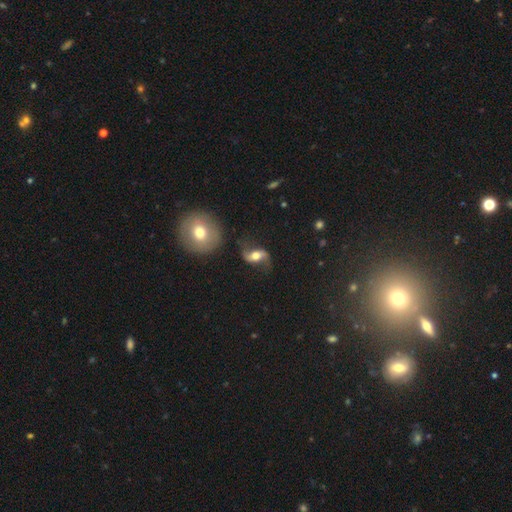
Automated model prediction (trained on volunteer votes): This is likely a featured or disk galaxy (79%). It is clearly not viewed edge-on (94%). Bar: marginally weak (37%). Spiral arm pattern: clearly yes (94%). Spiral arm count: clearly 2 (93%). Spiral winding: clearly loose (84%). Central bulge: likely moderate (62%). Merging: likely none (71%).